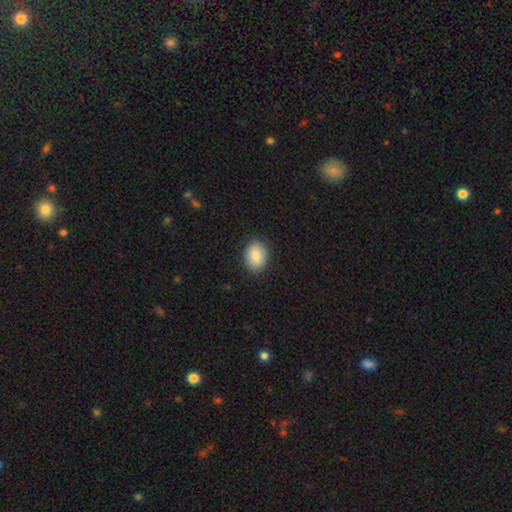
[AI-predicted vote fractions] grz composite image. It shows a smooth galaxy with no disk features (87%) that is in between round and cigar-shaped (59%). Merging: none (89%).